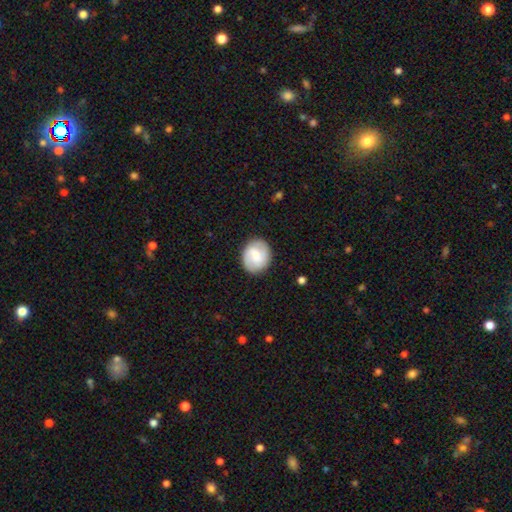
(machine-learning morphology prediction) smooth-or-featured: smooth: 50% | featured or disk: 44% | star or artifact: 6%
  merging: none: 86% | minor disturbance: 10% | major disturbance: 3% | merger: 1%